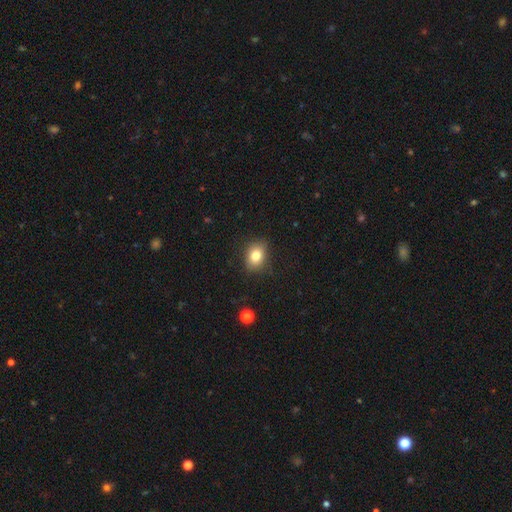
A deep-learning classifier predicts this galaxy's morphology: Overall: smooth (81%). How rounded: in between (64%; round 35%). Merging: none (83%).